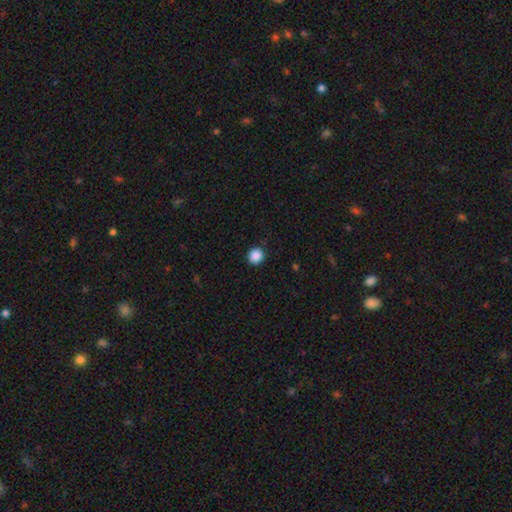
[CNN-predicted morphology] smooth-or-featured: smooth: 88% | star or artifact: 10% | featured or disk: 2%
  how-rounded: round: 91% | in between: 8% | cigar-shaped: 1%
  merging: none: 90% | minor disturbance: 7% | major disturbance: 2% | merger: 1%